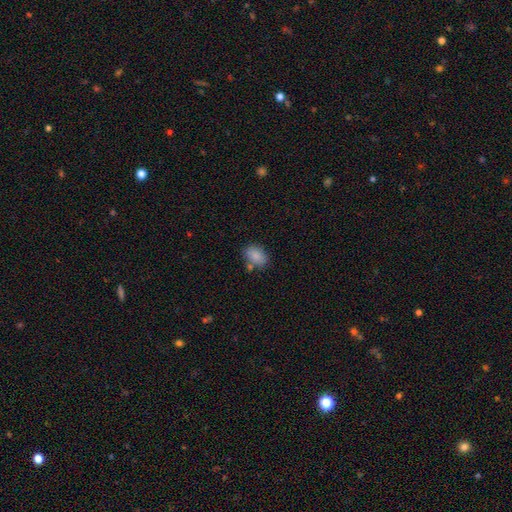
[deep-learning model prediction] Q: Smooth or featured?
A: smooth (86%); runner-up: star or artifact (8%)
Q: How rounded?
A: in between (84%); runner-up: round (15%)
Q: Merging?
A: none (70%); runner-up: minor disturbance (16%)